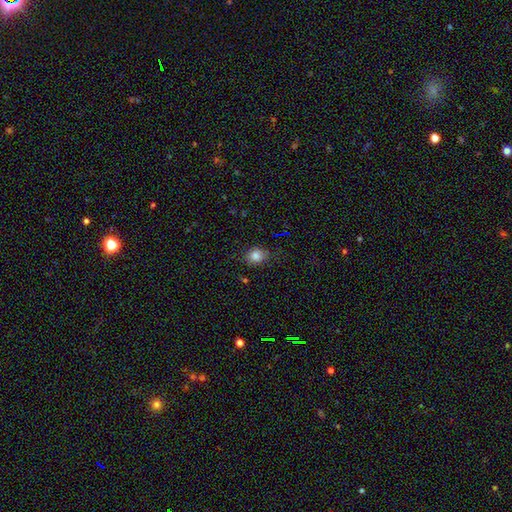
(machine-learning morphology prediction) The model was most divided on "how rounded": round: 66%, in between: 33%, cigar-shaped: 1%. More confident: smooth or featured — smooth (82%); merging — none (78%).